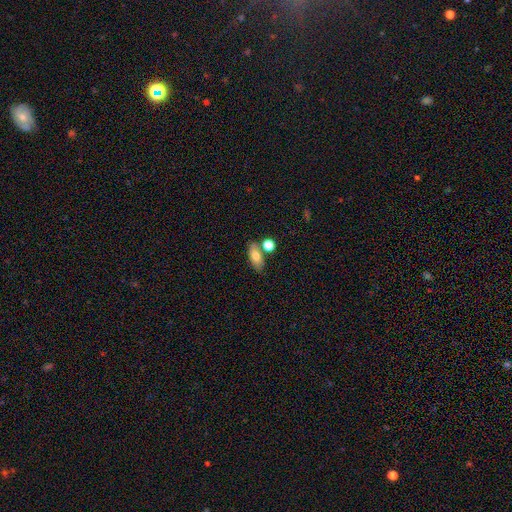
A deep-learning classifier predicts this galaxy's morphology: This appears to be a smooth galaxy with no disk features (75%) that is in between round and cigar-shaped (81%). Merging: none (66%).